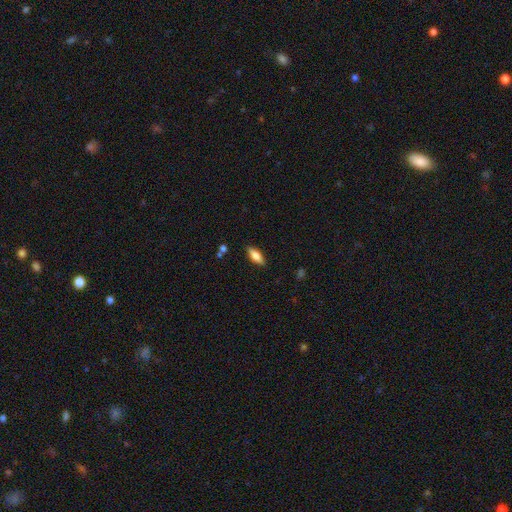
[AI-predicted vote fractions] Smooth or featured: smooth — 75% (featured or disk — 18%)
How rounded: in between — 73% (cigar-shaped — 25%)
Merging: none — 86% (minor disturbance — 10%)